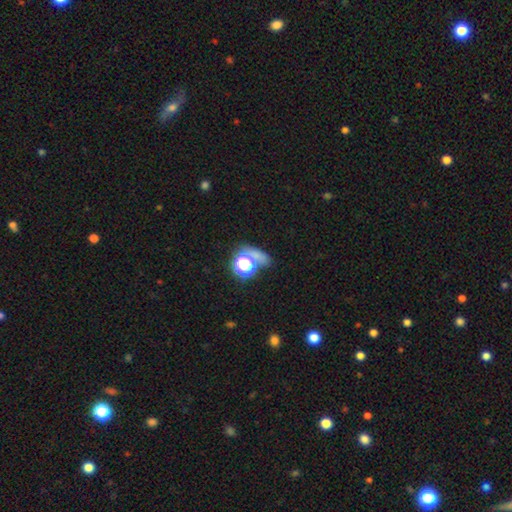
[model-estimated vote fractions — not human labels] Morphology: type=smooth (51%); roundness=round (59%); merging=none (57%).